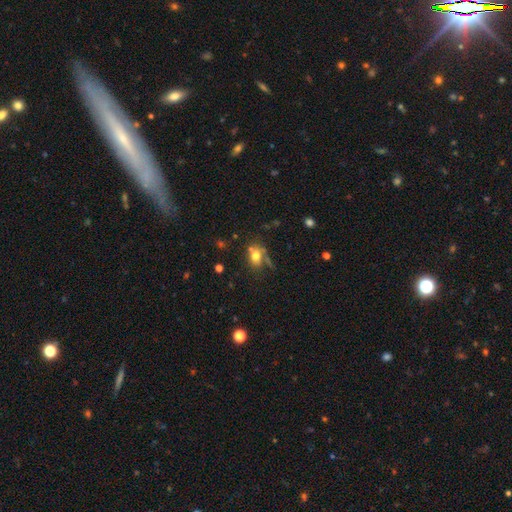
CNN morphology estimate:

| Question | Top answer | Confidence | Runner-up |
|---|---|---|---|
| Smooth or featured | smooth | 72% | featured or disk (15%) |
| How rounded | in between | 61% | round (37%) |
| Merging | none | 49% | minor disturbance (20%) |